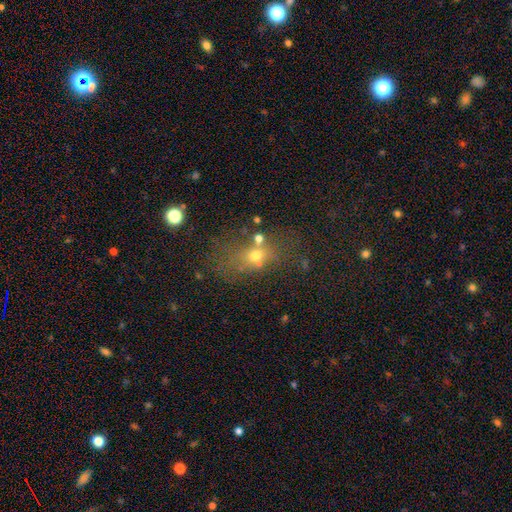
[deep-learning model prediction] Morphology: type=smooth (53%); roundness=in between (54%); merging=none (48%).